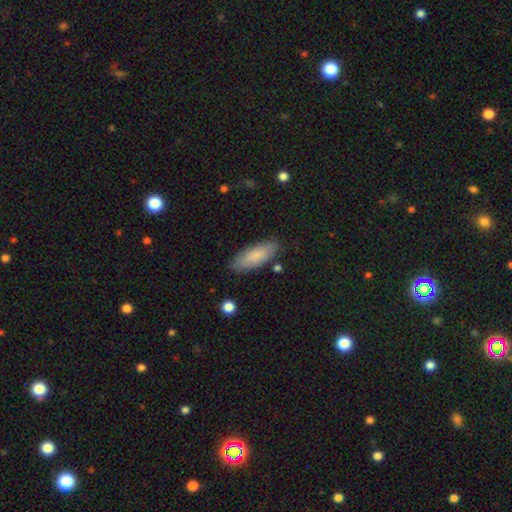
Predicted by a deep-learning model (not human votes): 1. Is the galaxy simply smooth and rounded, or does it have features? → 84% smooth, 11% featured or disk, 6% star or artifact.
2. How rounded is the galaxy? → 70% in between, 28% cigar-shaped, 2% round.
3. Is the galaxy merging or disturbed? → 83% none, 12% minor disturbance, 2% major disturbance, 2% merger.